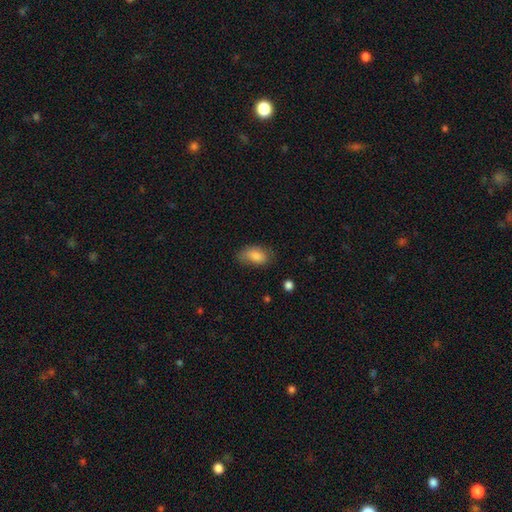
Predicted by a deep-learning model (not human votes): A smooth galaxy with no disk features (83%) that is in between round and cigar-shaped (91%).

Vote fractions:
- Smooth or featured? smooth: 83% / featured or disk: 10% / star or artifact: 8%
- How rounded? in between: 91% / round: 7% / cigar-shaped: 3%
- Merging? none: 63% / minor disturbance: 27% / major disturbance: 8% / merger: 2%